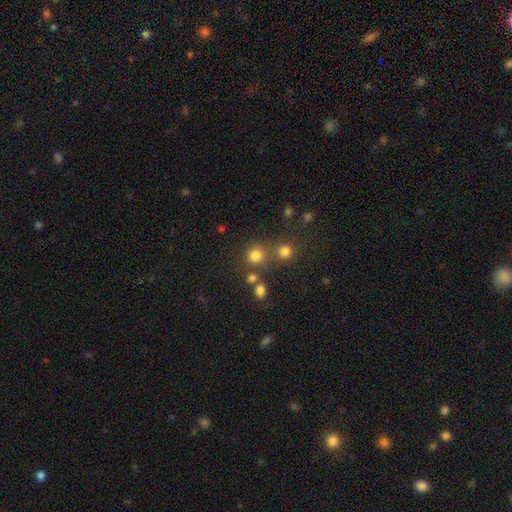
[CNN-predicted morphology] type=smooth (78%); roundness=round (90%); merging=none (67%).